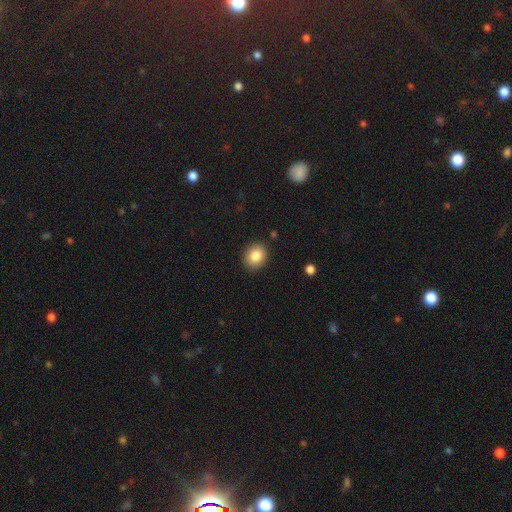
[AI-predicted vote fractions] Smooth or featured?
  - smooth: 85% *
  - star or artifact: 9%
  - featured or disk: 6%
How rounded?
  - round: 55% *
  - in between: 45%
  - cigar-shaped: 1%
Merging?
  - none: 89% *
  - minor disturbance: 8%
  - major disturbance: 2%
  - merger: 1%